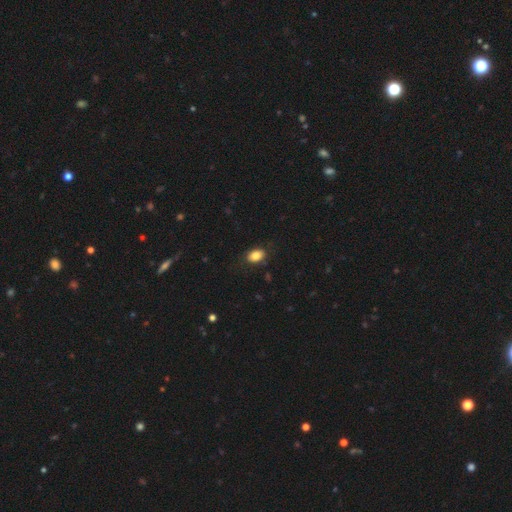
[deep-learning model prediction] Q: Smooth or featured?
A: smooth (84%); runner-up: star or artifact (8%)
Q: How rounded?
A: in between (80%); runner-up: round (19%)
Q: Merging?
A: none (82%); runner-up: minor disturbance (13%)